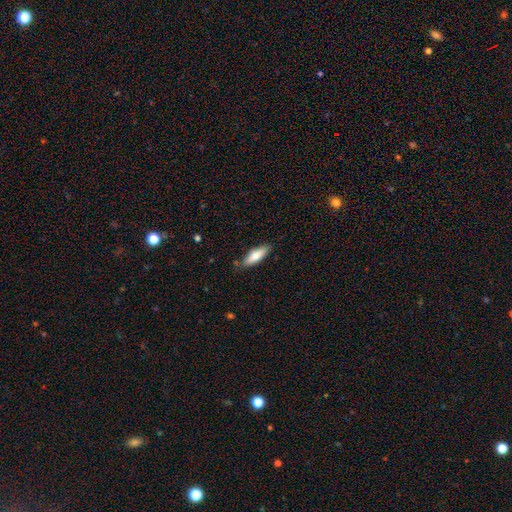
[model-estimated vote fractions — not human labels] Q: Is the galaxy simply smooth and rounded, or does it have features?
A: smooth — 71%.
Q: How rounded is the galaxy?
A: in between — 50%.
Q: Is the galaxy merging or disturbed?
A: none — 82%.